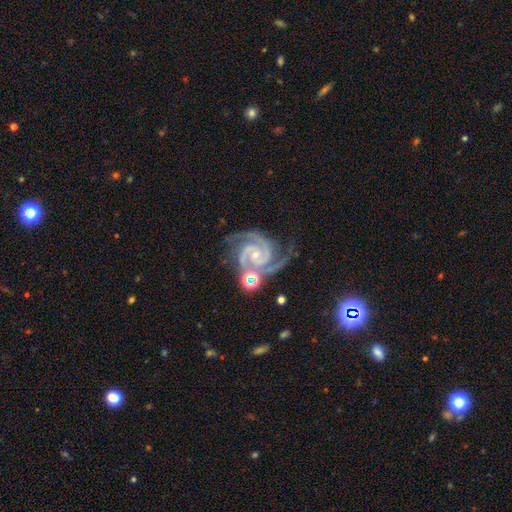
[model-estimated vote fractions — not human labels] Smooth or featured: featured or disk — 93% (star or artifact — 5%)
Edge-on disk: no — 98% (yes — 2%)
Bar: no — 62% (weak — 25%)
Spiral arms: yes — 99% (no — 1%)
Spiral winding: tight — 56% (medium — 41%)
Spiral arm count: 2 — 54% (3 — 34%)
Bulge size: small — 76% (moderate — 20%)
Merging: none — 63% (minor disturbance — 20%)